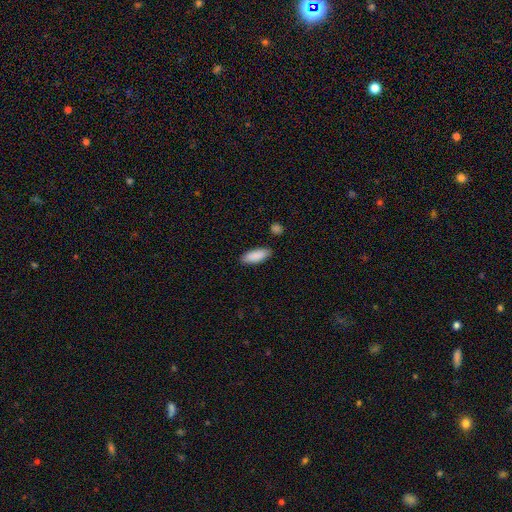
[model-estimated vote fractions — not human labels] Smooth or featured? smooth (89%)
How rounded? in between (72%)
Merging? none (87%)